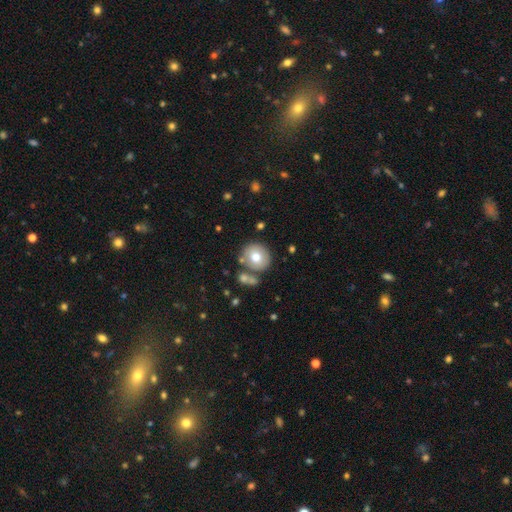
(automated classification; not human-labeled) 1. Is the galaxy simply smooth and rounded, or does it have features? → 57% smooth, 28% featured or disk, 15% star or artifact.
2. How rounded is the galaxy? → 85% round, 14% in between, 1% cigar-shaped.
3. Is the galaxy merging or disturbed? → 73% none, 13% merger, 11% minor disturbance, 4% major disturbance.